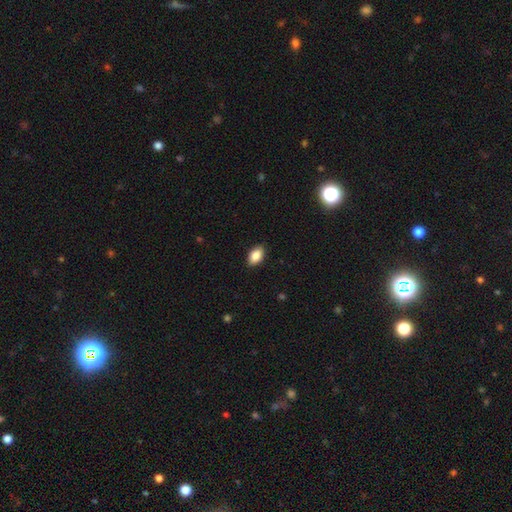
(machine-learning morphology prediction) This appears to be a smooth galaxy with no disk features (88%) that is in between round and cigar-shaped (92%). Merging: none (88%).